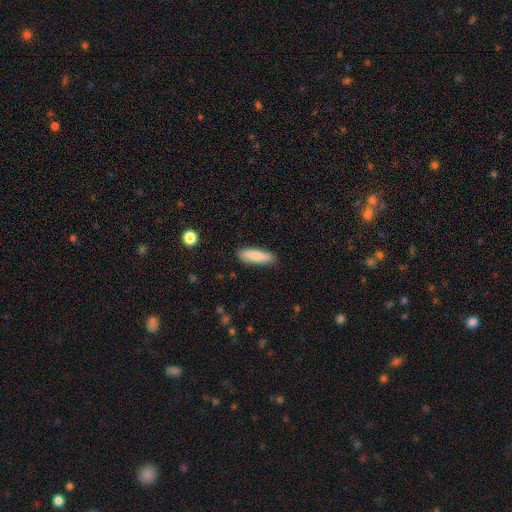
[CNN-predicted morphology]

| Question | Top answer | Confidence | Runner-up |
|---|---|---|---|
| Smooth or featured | smooth | 84% | featured or disk (10%) |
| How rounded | cigar-shaped | 59% | in between (39%) |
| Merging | none | 88% | minor disturbance (9%) |